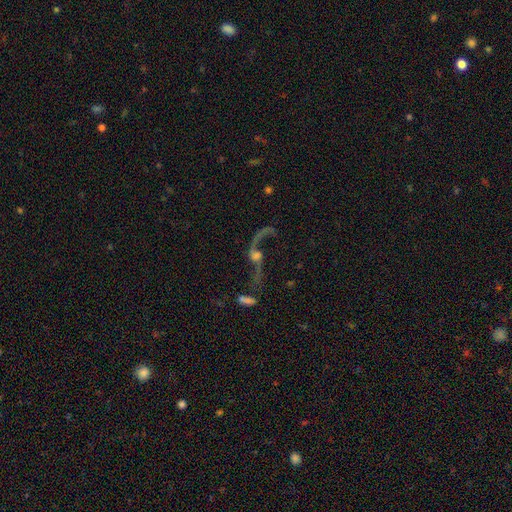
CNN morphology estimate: Q: Smooth or featured?
A: featured or disk (83%); runner-up: star or artifact (9%)
Q: Edge-on disk?
A: no (91%); runner-up: yes (9%)
Q: Bar?
A: no (61%); runner-up: weak (27%)
Q: Spiral arms?
A: yes (90%); runner-up: no (10%)
Q: Spiral winding?
A: loose (93%); runner-up: medium (5%)
Q: Spiral arm count?
A: 2 (86%); runner-up: 1 (10%)
Q: Bulge size?
A: moderate (41%); runner-up: small (27%)
Q: Merging?
A: none (46%); runner-up: major disturbance (27%)